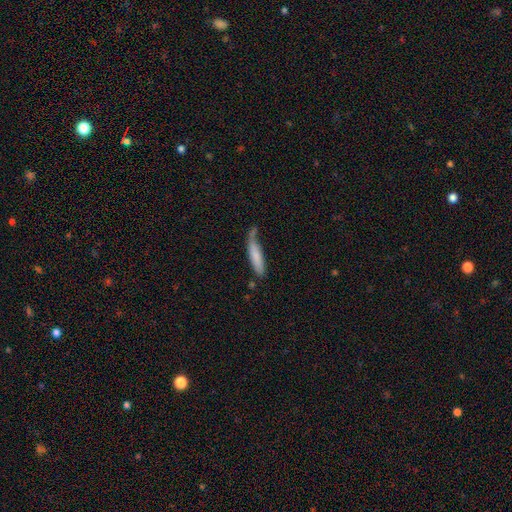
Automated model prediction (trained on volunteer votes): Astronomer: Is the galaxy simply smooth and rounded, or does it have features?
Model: smooth — 73%.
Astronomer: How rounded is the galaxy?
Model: cigar-shaped — 79%.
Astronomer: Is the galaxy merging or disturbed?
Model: none — 44% (runner-up: minor disturbance, 29%).